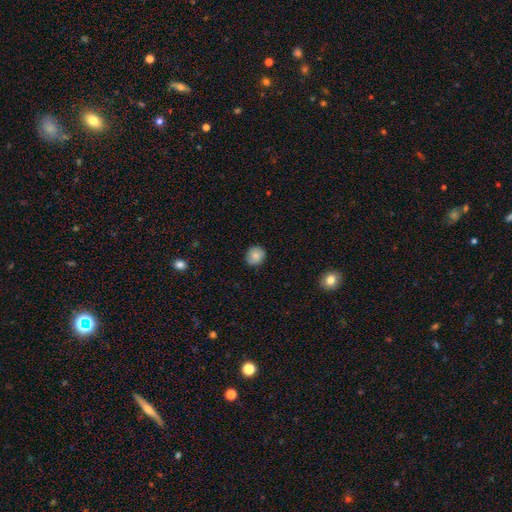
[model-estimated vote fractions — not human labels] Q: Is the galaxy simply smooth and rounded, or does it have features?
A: smooth — 84%.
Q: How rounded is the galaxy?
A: round — 85%.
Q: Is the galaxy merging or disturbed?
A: none — 85%.